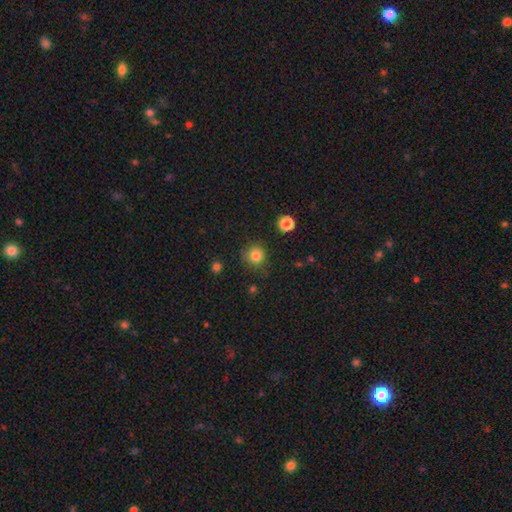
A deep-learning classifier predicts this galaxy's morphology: A smooth galaxy with no disk features (82%) that is round (93%). Merging: none (83%).